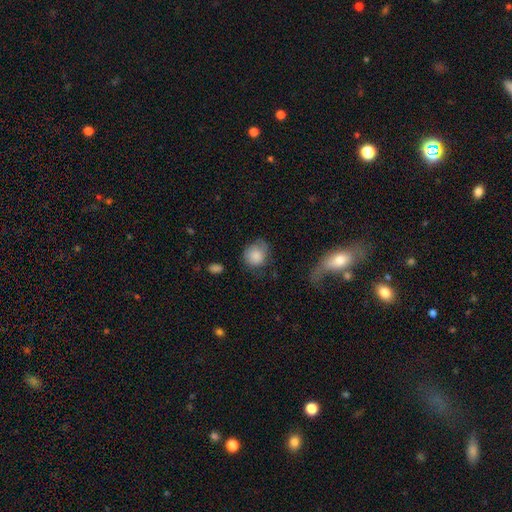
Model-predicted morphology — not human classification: This appears to be a smooth galaxy with no disk features (82%) that is round (73%). Merging: none (53%).